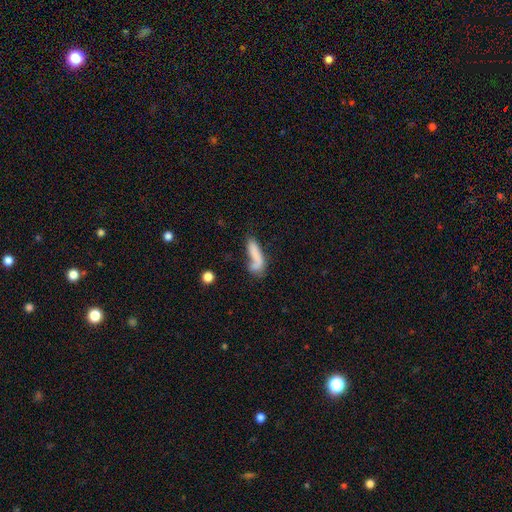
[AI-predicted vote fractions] Overall: smooth (71%). How rounded: cigar-shaped (61%; in between 36%). Merging: none (38%; merger 22%).